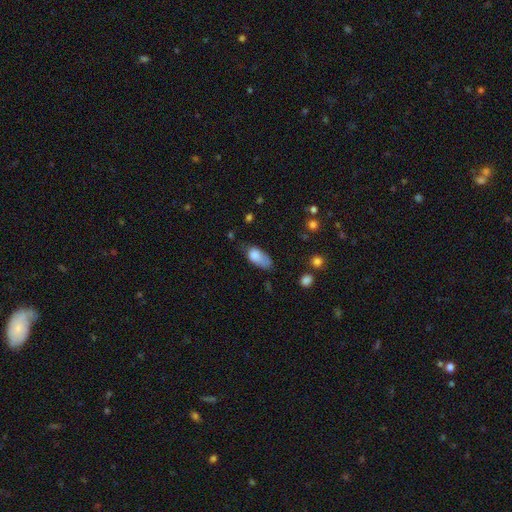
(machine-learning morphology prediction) The model was most divided on "merging": minor disturbance: 40%, none: 31%, major disturbance: 24%, merger: 5%. More confident: how rounded — in between (90%); smooth or featured — smooth (80%).